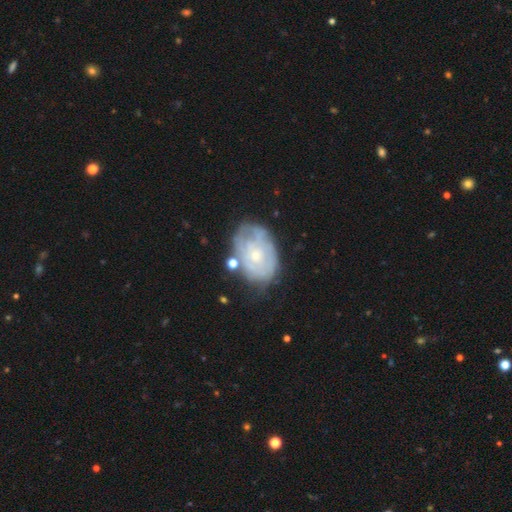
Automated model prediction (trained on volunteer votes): Smooth or featured? featured or disk (66%)
Edge-on disk? no (96%)
Bar? no (82%)
Spiral arms? yes (59%)
Bulge size? small (67%)
Merging? none (58%)